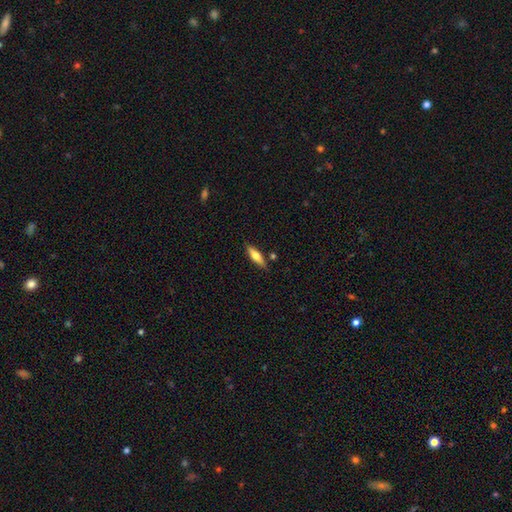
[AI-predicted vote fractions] smooth_or_featured: smooth (p=0.58) [alt: featured or disk p=0.36]
how_rounded: cigar-shaped (p=0.64) [alt: in between p=0.34]
merging: none (p=0.81) [alt: minor disturbance p=0.12]